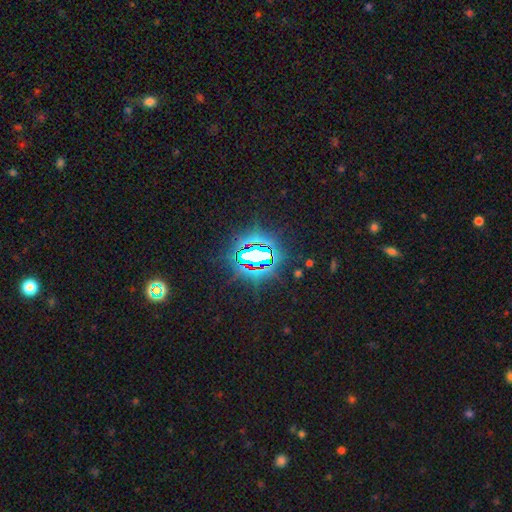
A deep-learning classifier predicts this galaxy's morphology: The model was most divided on "smooth or featured": star or artifact: 80%, smooth: 10%, featured or disk: 10%.